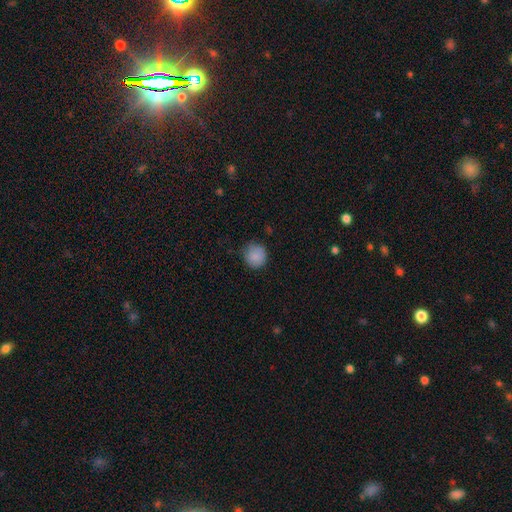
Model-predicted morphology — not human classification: type=smooth (86%); roundness=round (91%); merging=none (77%).